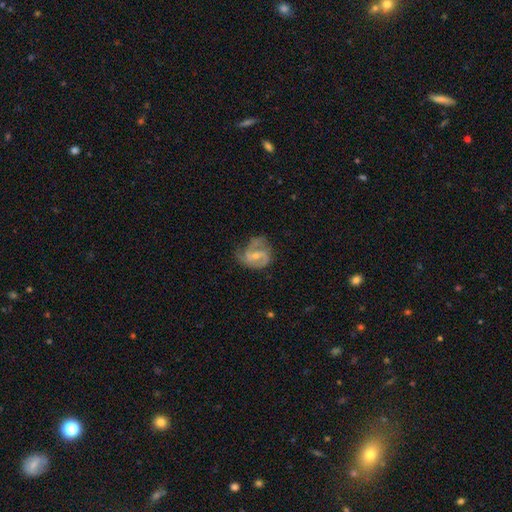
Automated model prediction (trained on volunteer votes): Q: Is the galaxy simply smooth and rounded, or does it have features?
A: featured or disk — 78%.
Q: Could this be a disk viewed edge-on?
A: no — 98%.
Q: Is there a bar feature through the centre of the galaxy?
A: weak — 46%.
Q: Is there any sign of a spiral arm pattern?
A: yes — 92%.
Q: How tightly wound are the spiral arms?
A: medium — 51%.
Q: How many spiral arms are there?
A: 2 — 60%.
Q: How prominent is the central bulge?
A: small — 57%.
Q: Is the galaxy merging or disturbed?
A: none — 50%.